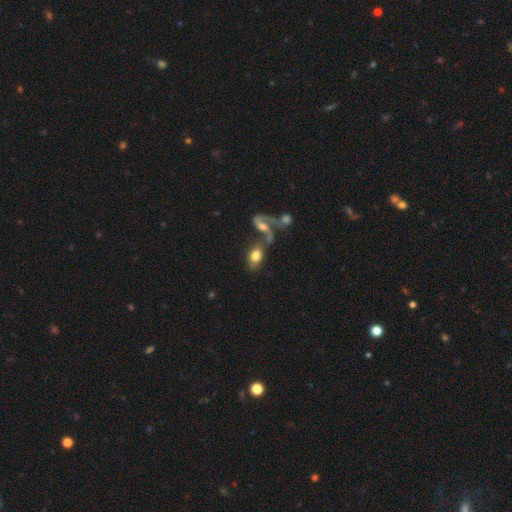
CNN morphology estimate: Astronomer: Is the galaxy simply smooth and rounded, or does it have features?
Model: smooth — 66%.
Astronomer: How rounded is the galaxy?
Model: in between — 85%.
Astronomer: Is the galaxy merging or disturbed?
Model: merger — 47% (runner-up: none, 31%).